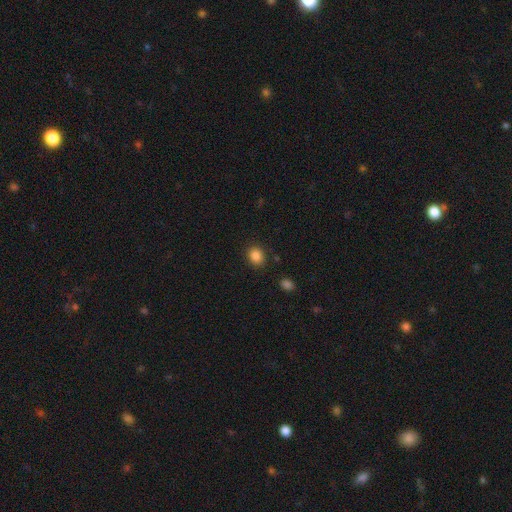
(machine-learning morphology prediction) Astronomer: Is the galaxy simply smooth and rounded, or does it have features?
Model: smooth — 86%.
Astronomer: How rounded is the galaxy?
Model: round — 62%.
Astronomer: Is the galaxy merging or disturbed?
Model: none — 86%.